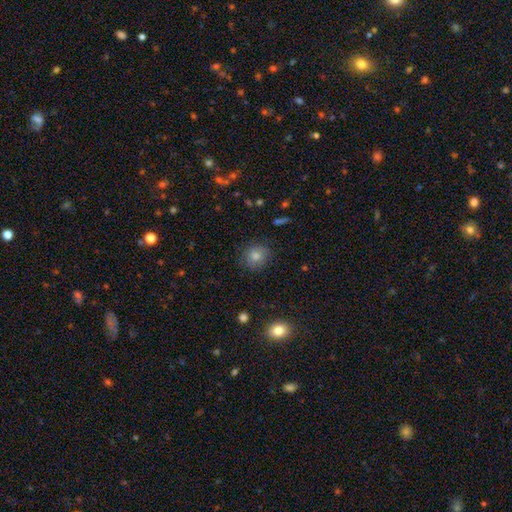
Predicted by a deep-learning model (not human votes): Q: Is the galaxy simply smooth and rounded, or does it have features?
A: smooth — 72%.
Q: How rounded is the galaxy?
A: round — 88%.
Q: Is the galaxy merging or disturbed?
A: none — 87%.